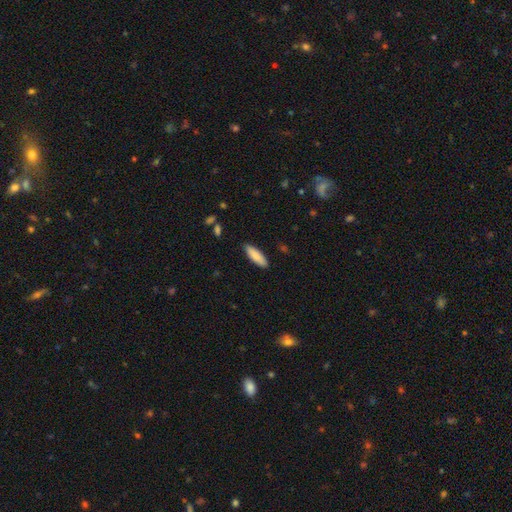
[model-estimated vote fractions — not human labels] smooth 86%, featured or disk 8%, star or artifact 6%. Down the decision tree: how rounded — cigar-shaped (51%); merging — none (87%).